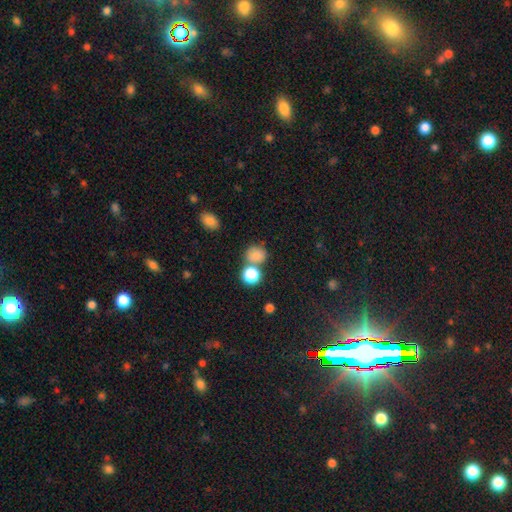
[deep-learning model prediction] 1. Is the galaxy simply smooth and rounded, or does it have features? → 80% smooth, 15% star or artifact, 6% featured or disk.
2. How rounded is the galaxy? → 74% round, 25% in between, 1% cigar-shaped.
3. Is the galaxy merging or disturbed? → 60% none, 24% merger, 11% minor disturbance, 5% major disturbance.